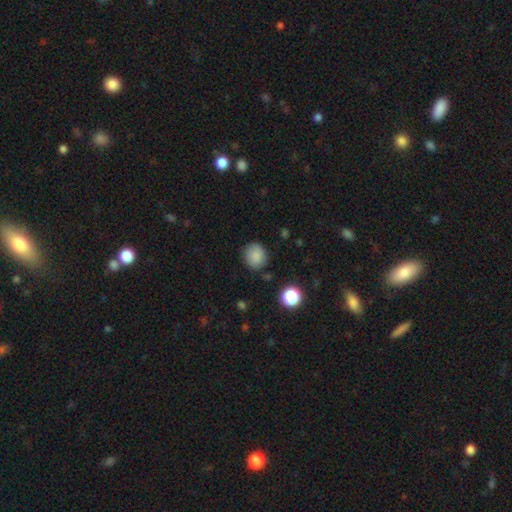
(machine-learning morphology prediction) This is clearly a smooth galaxy (85%). How rounded: likely round (79%). Merging: clearly none (81%).